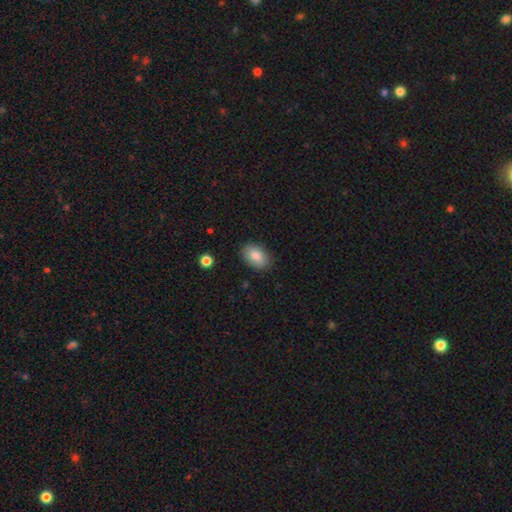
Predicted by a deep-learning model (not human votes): smooth_or_featured: smooth (p=0.85) [alt: featured or disk p=0.07]
how_rounded: in between (p=0.87) [alt: round p=0.12]
merging: none (p=0.85) [alt: minor disturbance p=0.11]